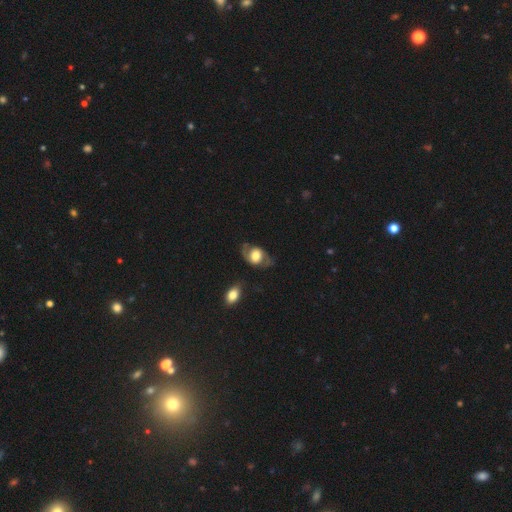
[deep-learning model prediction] Overall: featured or disk (55%; smooth 38%). Edge-on disk: no (92%). Bar: no (63%; weak 28%). Spiral arms: yes (67%; no 33%). Bulge size: large (53%; moderate 31%). Merging: none (59%; minor disturbance 23%).